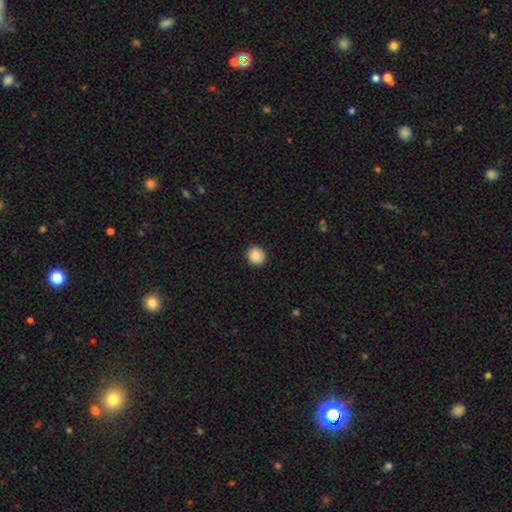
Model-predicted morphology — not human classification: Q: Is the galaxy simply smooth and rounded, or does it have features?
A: smooth — 87%.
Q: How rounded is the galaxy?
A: round — 88%.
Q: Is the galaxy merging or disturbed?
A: none — 92%.